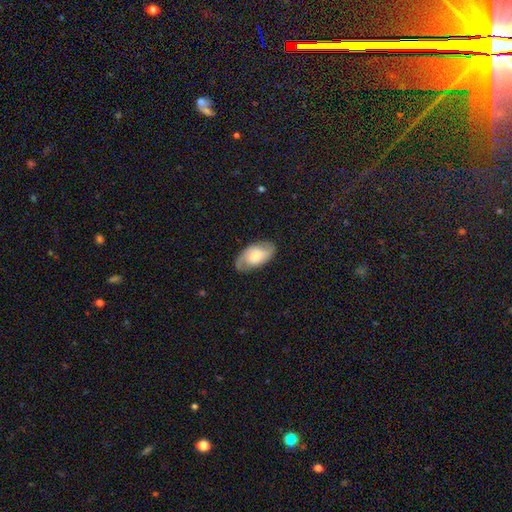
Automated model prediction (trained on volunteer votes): Overall: featured or disk (56%; smooth 38%). Edge-on disk: no (94%). Bar: no (62%; weak 31%). Spiral arms: yes (86%). Bulge size: small (42%; moderate 38%). Merging: none (78%).